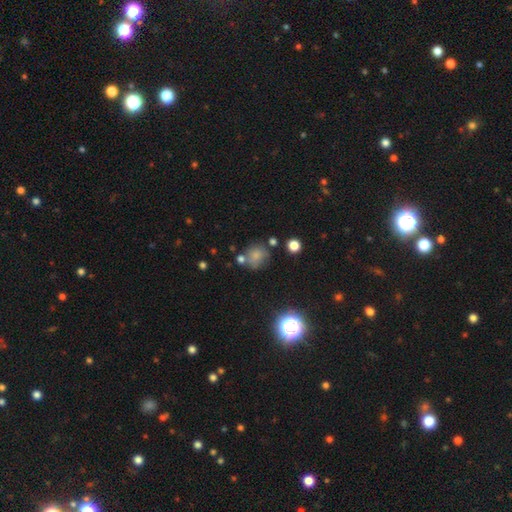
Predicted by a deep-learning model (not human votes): Smooth or featured? Predicted: smooth (p=0.71). How rounded? Predicted: round (p=0.79). Merging? Predicted: none (p=0.60).